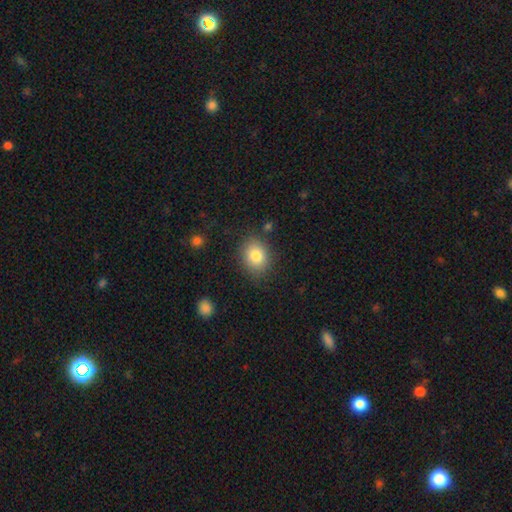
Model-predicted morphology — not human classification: smooth-or-featured: smooth: 81% | star or artifact: 9% | featured or disk: 9%
  how-rounded: round: 52% | in between: 47% | cigar-shaped: 1%
  merging: none: 83% | minor disturbance: 12% | major disturbance: 3% | merger: 2%